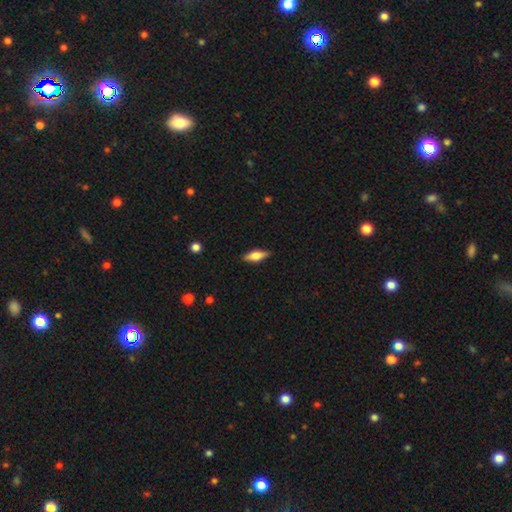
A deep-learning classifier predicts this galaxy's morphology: smooth_or_featured: smooth (p=0.60) [alt: featured or disk p=0.34]
how_rounded: in between (p=0.62) [alt: cigar-shaped p=0.35]
merging: none (p=0.87) [alt: minor disturbance p=0.10]